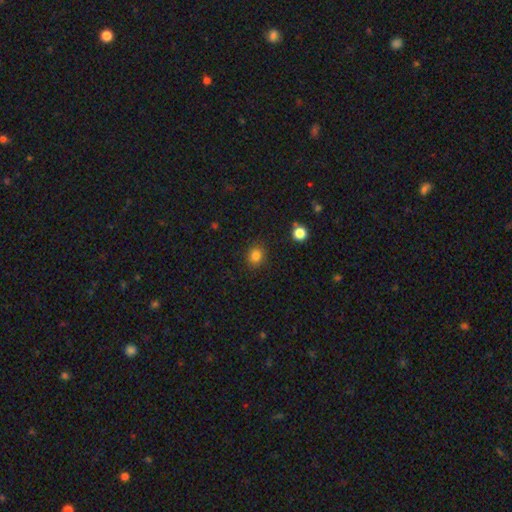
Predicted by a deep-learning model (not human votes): smooth_or_featured: smooth (p=0.83) [alt: star or artifact p=0.12]
how_rounded: round (p=0.77) [alt: in between p=0.23]
merging: none (p=0.88) [alt: minor disturbance p=0.08]